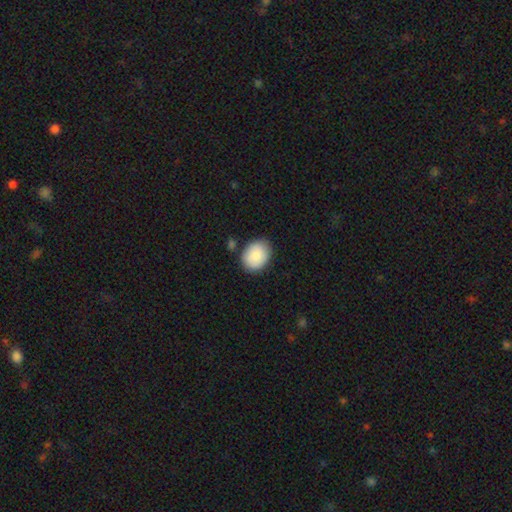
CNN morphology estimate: This appears to be a smooth galaxy with no disk features (88%) that is in between round and cigar-shaped (62%). Merging: none (79%).